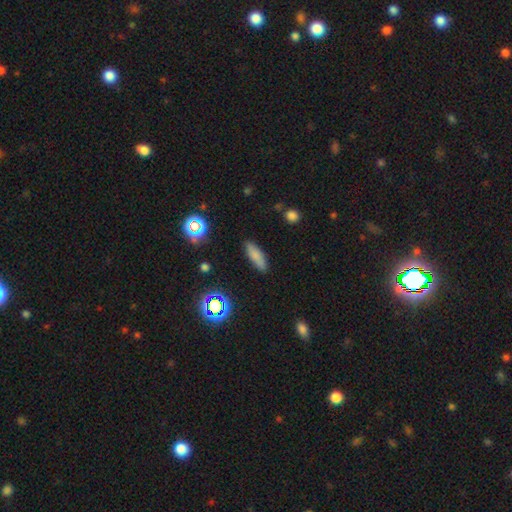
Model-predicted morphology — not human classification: A smooth galaxy with no disk features (77%) that is in between round and cigar-shaped (54%). Merging: none (84%).